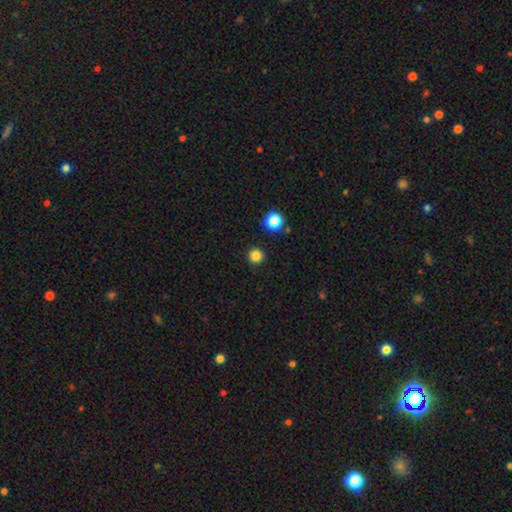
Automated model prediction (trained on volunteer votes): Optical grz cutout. It shows a smooth galaxy with no disk features (83%) that is round (96%). Merging: none (92%).